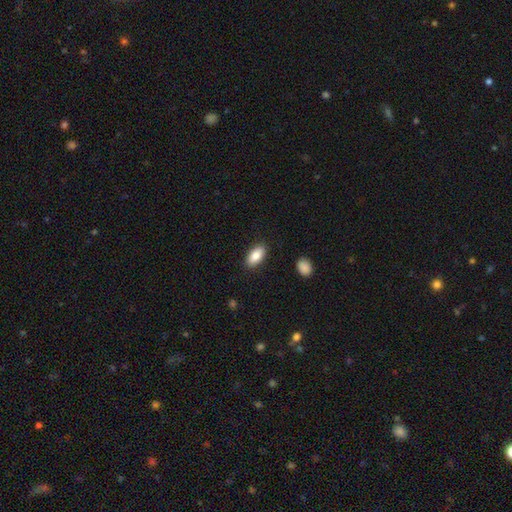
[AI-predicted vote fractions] Smooth or featured: smooth — 85% (featured or disk — 8%)
How rounded: in between — 91% (cigar-shaped — 6%)
Merging: none — 88% (minor disturbance — 8%)